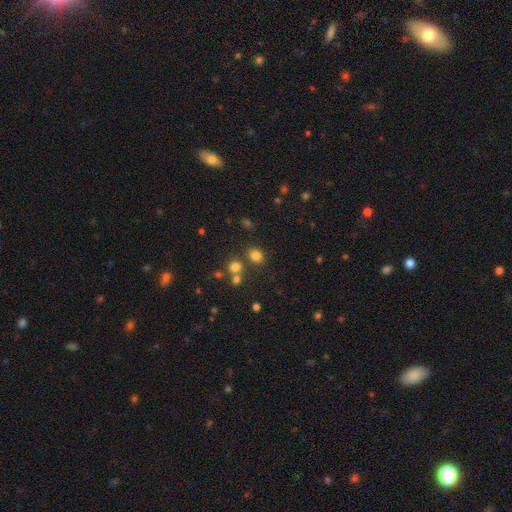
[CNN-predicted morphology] This is likely a smooth galaxy (78%). How rounded: likely round (76%). Merging: likely none (77%).